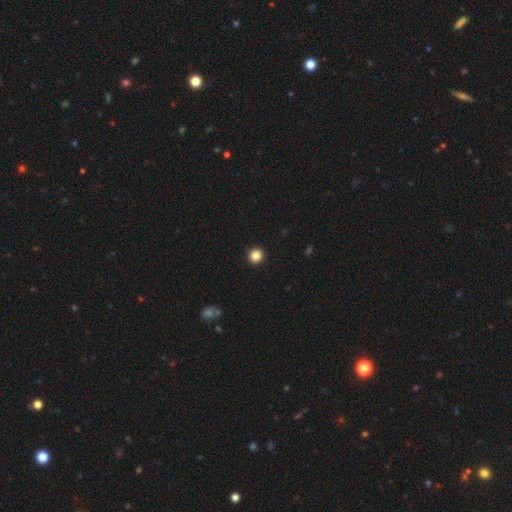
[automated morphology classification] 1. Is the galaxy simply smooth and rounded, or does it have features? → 85% smooth, 11% star or artifact, 4% featured or disk.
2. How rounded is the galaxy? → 94% round, 5% in between, 1% cigar-shaped.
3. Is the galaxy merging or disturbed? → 94% none, 4% minor disturbance, 1% major disturbance, 1% merger.